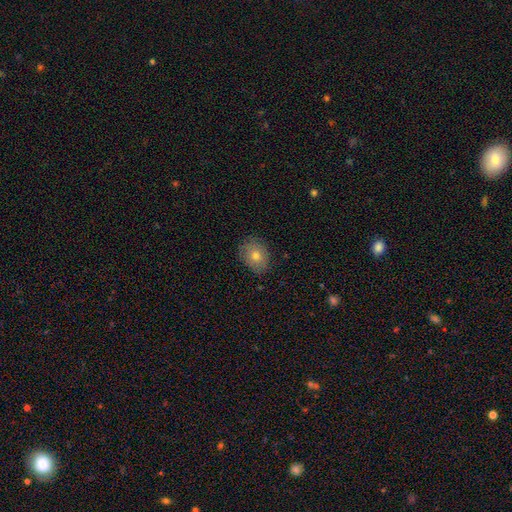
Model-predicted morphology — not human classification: A smooth galaxy with no disk features (72%) that is in between round and cigar-shaped (51%).

Vote fractions:
- Smooth or featured? smooth: 72% / featured or disk: 17% / star or artifact: 10%
- How rounded? in between: 51% / round: 48% / cigar-shaped: 1%
- Merging? none: 82% / minor disturbance: 14% / major disturbance: 3% / merger: 1%